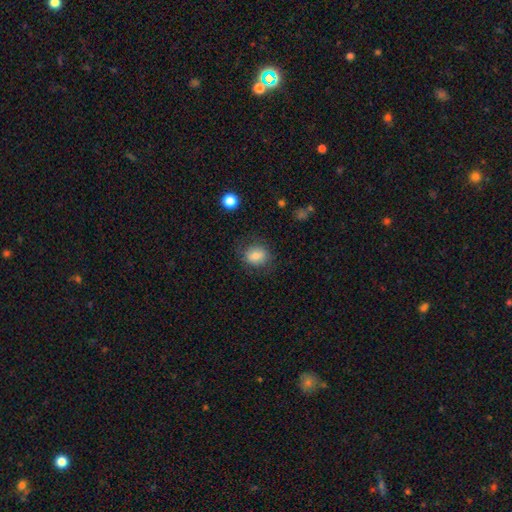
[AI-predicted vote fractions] Smooth or featured? smooth (80%)
How rounded? round (61%)
Merging? none (78%)